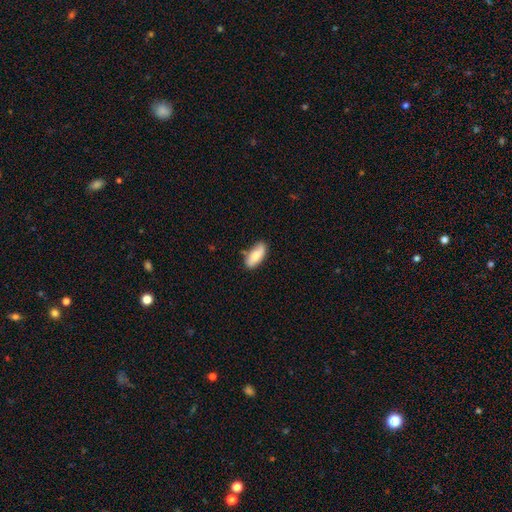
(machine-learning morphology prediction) Overall: smooth (75%). How rounded: in between (83%). Merging: none (72%).